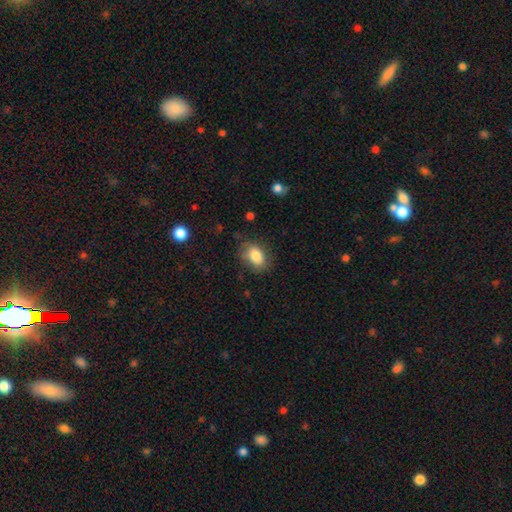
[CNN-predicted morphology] Smooth or featured?
  - smooth: 83% *
  - featured or disk: 9%
  - star or artifact: 8%
How rounded?
  - in between: 81% *
  - round: 18%
  - cigar-shaped: 1%
Merging?
  - none: 75% *
  - minor disturbance: 18%
  - major disturbance: 5%
  - merger: 1%